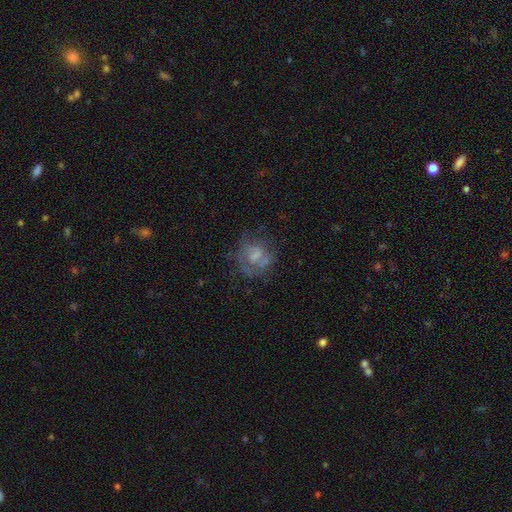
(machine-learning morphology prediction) The model was most divided on "bulge size": none: 33%, small: 32%, moderate: 28%, large: 5%, dominant: 1%. More confident: edge-on disk — no (97%); bar — no (60%); spiral arms — no (57%); merging — none (52%); smooth or featured — featured or disk (52%).